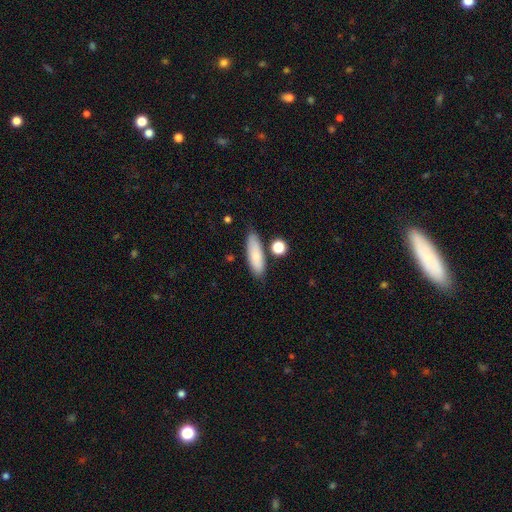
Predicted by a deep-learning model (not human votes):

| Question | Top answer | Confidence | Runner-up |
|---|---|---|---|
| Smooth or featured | smooth | 81% | featured or disk (12%) |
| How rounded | in between | 50% | cigar-shaped (48%) |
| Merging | none | 77% | minor disturbance (14%) |